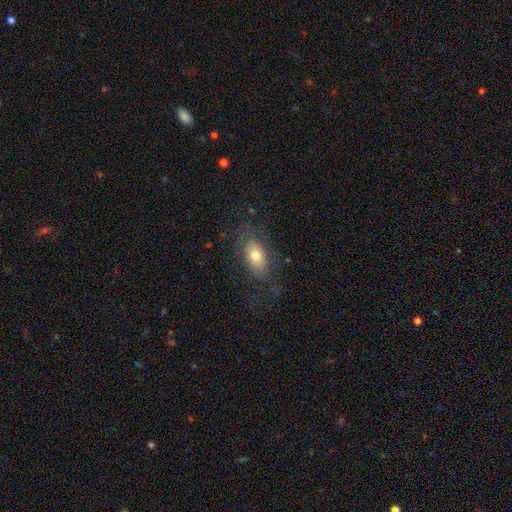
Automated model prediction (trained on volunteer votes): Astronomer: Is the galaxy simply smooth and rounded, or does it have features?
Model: smooth — 53% (runner-up: featured or disk, 38%).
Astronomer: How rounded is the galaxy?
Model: in between — 89%.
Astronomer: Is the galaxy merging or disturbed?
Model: none — 63%.